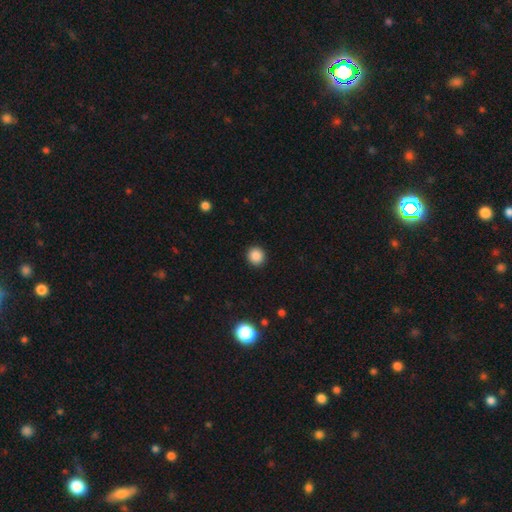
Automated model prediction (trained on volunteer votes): Smooth or featured? Predicted: smooth (p=0.86). How rounded? Predicted: round (p=0.91). Merging? Predicted: none (p=0.92).